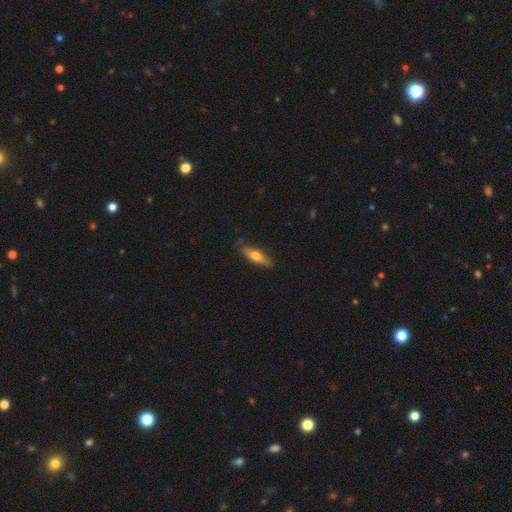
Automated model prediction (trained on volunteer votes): Q: Smooth or featured?
A: smooth (61%); runner-up: featured or disk (33%)
Q: How rounded?
A: cigar-shaped (59%); runner-up: in between (38%)
Q: Merging?
A: none (81%); runner-up: minor disturbance (15%)